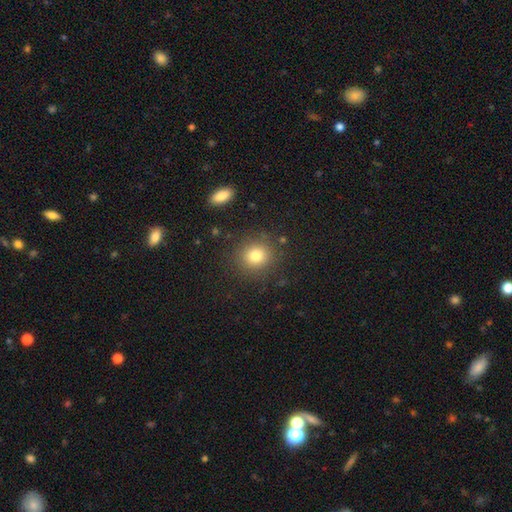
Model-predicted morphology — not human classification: A smooth galaxy with no disk features (79%) that is round (85%).

Vote fractions:
- Smooth or featured? smooth: 79% / star or artifact: 13% / featured or disk: 8%
- How rounded? round: 85% / in between: 14% / cigar-shaped: 1%
- Merging? none: 87% / minor disturbance: 8% / major disturbance: 3% / merger: 2%